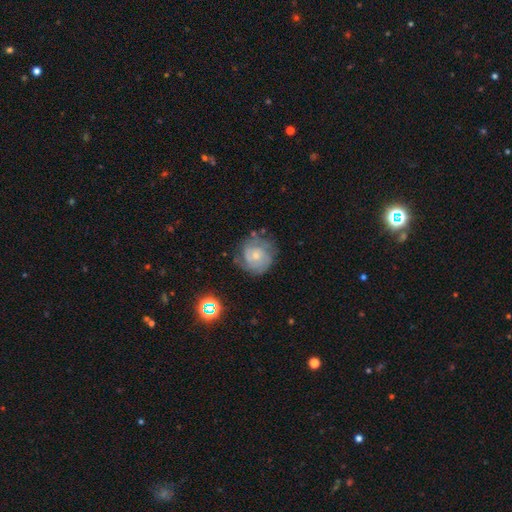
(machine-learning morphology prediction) This is likely a featured or disk galaxy (74%). It is clearly not viewed edge-on (98%). Bar: likely no (74%). Spiral arm pattern: clearly yes (91%). Spiral arm count: marginally can't tell (33%). Spiral winding: likely tight (61%). Central bulge: likely small (66%). Merging: likely none (66%).